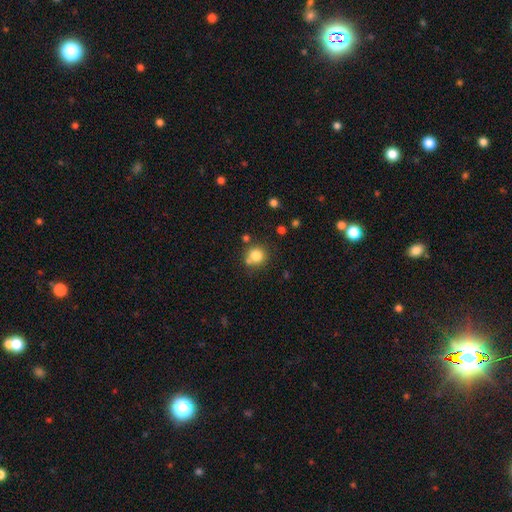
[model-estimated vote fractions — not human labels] The model was most divided on "merging": none: 68%, merger: 15%, minor disturbance: 13%, major disturbance: 4%. More confident: how rounded — round (88%); smooth or featured — smooth (81%).